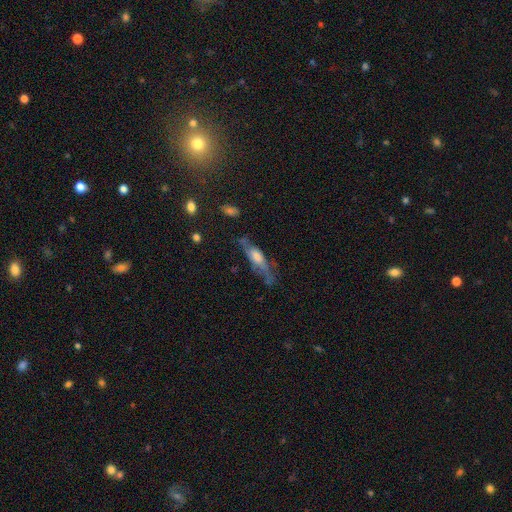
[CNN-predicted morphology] Overall: featured or disk (49%; smooth 44%). Merging: none (52%; minor disturbance 28%).